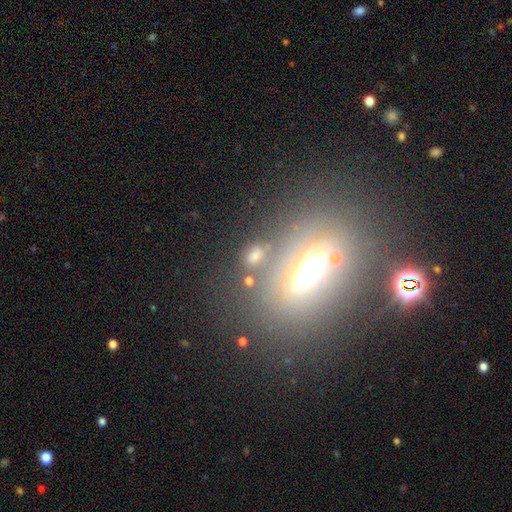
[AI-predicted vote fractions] Smooth or featured? Predicted: featured or disk (p=0.40). Merging? Predicted: none (p=0.71).